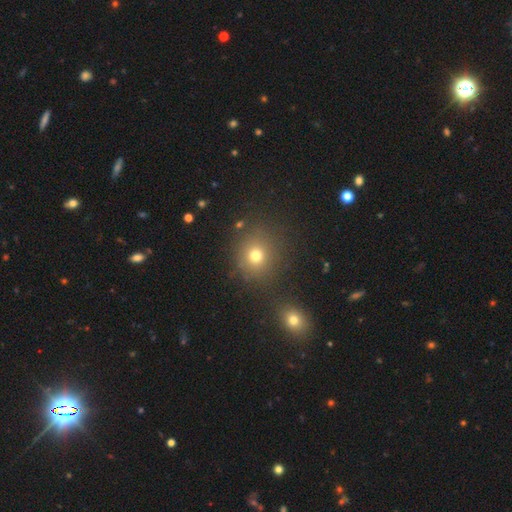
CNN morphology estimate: Overall: smooth (73%). How rounded: round (86%). Merging: none (79%).